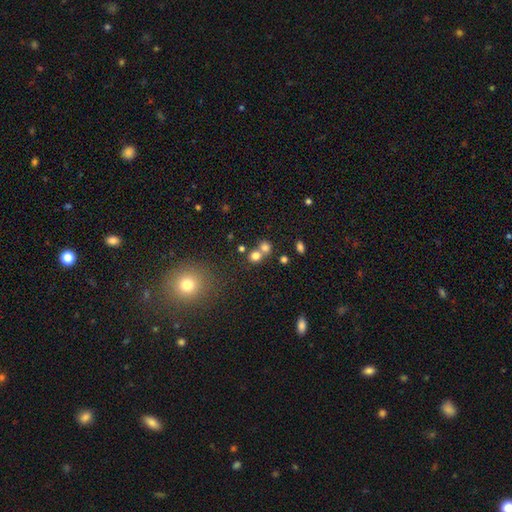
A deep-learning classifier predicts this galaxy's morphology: Smooth or featured? Predicted: smooth (p=0.75). How rounded? Predicted: round (p=0.82). Merging? Predicted: none (p=0.48).